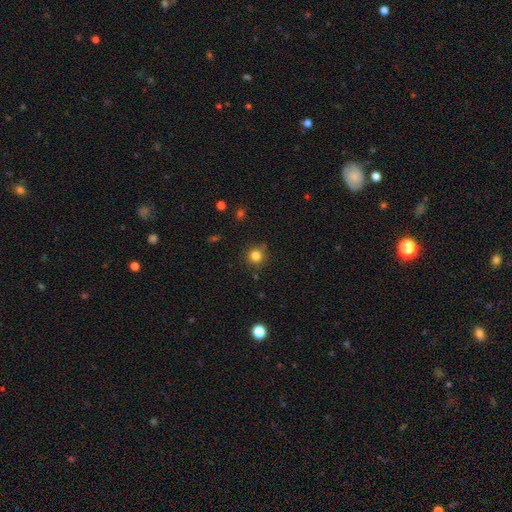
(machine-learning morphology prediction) The model was most divided on "smooth or featured": smooth: 83%, star or artifact: 12%, featured or disk: 5%. More confident: how rounded — round (93%); merging — none (85%).